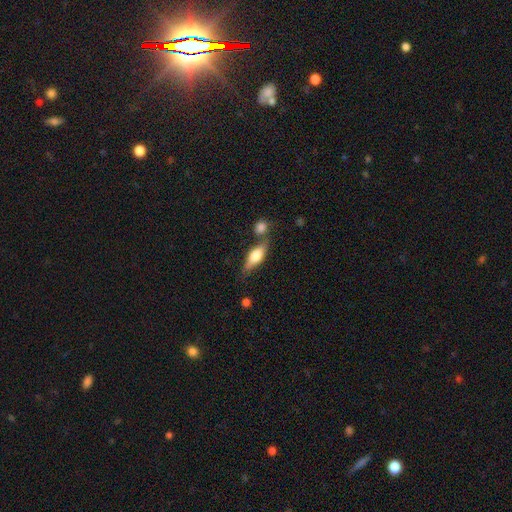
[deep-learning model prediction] smooth_or_featured: smooth (p=0.57) [alt: featured or disk p=0.36]
how_rounded: in between (p=0.64) [alt: cigar-shaped p=0.32]
merging: none (p=0.56) [alt: merger p=0.21]